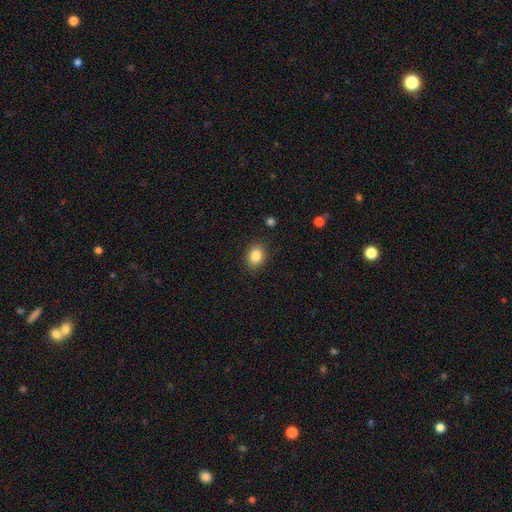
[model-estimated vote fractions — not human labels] Overall: smooth (86%). How rounded: in between (62%; round 37%). Merging: none (86%).